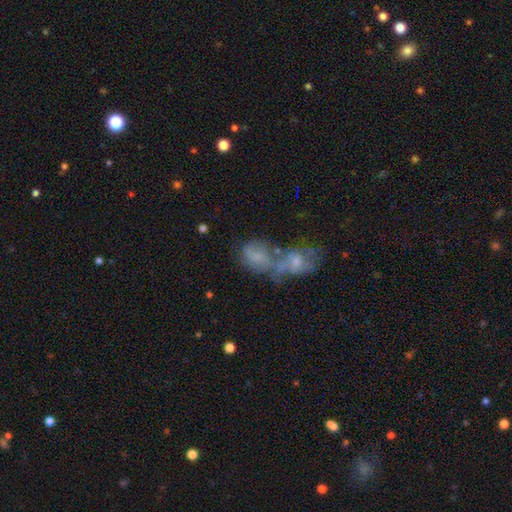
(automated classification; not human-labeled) This appears to be a smooth galaxy with no disk features (57%) that is in between round and cigar-shaped (73%). Merging: merger (69%).